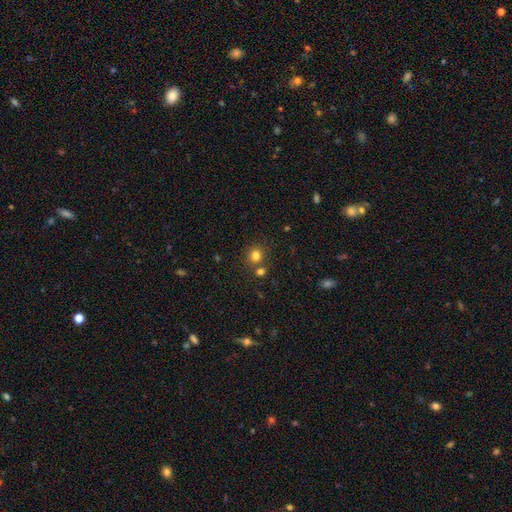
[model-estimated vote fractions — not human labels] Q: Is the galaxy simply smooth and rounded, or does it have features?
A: smooth — 79%.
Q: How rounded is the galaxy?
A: round — 85%.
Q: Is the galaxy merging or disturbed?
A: none — 71%.